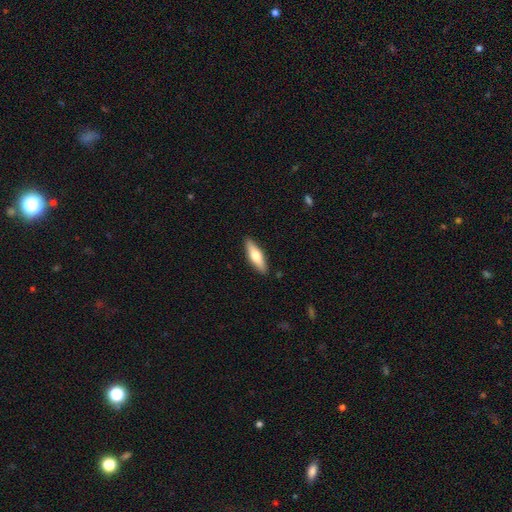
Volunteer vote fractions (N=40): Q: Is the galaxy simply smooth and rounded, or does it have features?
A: smooth — 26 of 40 (65%).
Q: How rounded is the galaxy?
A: cigar-shaped — 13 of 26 (50%).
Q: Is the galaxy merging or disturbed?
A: none — 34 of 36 (94%).